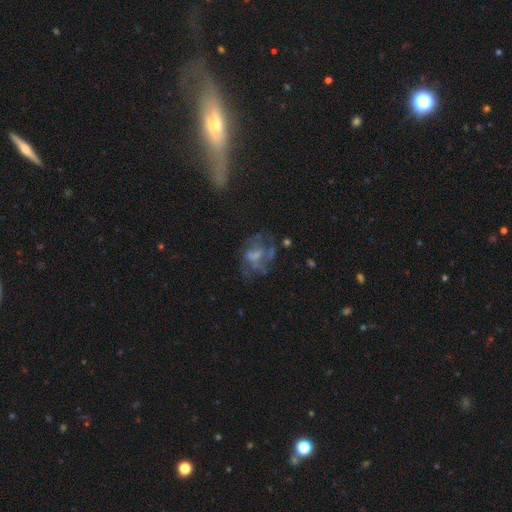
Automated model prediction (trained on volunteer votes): A featured or disk galaxy (59%) with no bar (61%), no spiral arms (62%) and no central bulge (42%).

Vote fractions:
- Smooth or featured? featured or disk: 59% / smooth: 26% / star or artifact: 15%
- Edge-on disk? no: 97% / yes: 3%
- Bar? no: 61% / weak: 31% / strong: 8%
- Spiral arms? no: 62% / yes: 38%
- Bulge size? none: 42% / moderate: 26% / small: 24% / large: 6% / dominant: 1%
- Merging? none: 41% / major disturbance: 35% / minor disturbance: 19% / merger: 5%